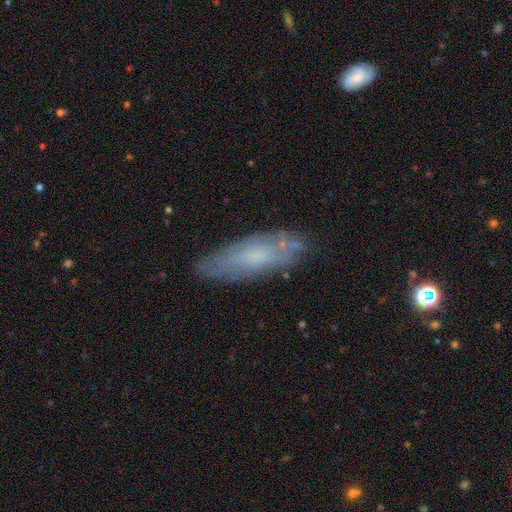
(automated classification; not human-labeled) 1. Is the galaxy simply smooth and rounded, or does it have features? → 51% smooth, 42% featured or disk, 8% star or artifact.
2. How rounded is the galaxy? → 53% in between, 45% cigar-shaped, 2% round.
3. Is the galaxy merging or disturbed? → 74% none, 19% minor disturbance, 5% major disturbance, 2% merger.